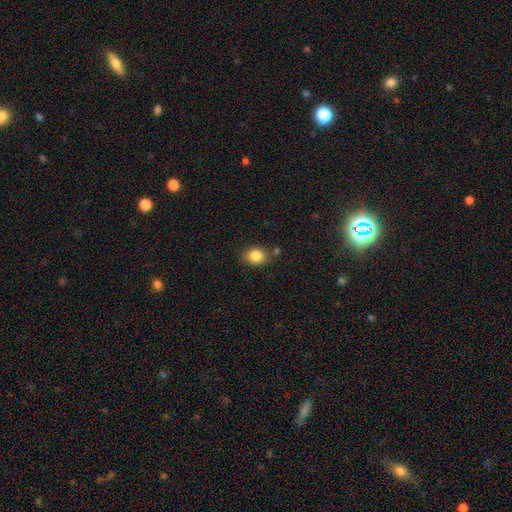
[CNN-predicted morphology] A smooth galaxy with no disk features (84%) that is round (57%). Merging: none (76%).